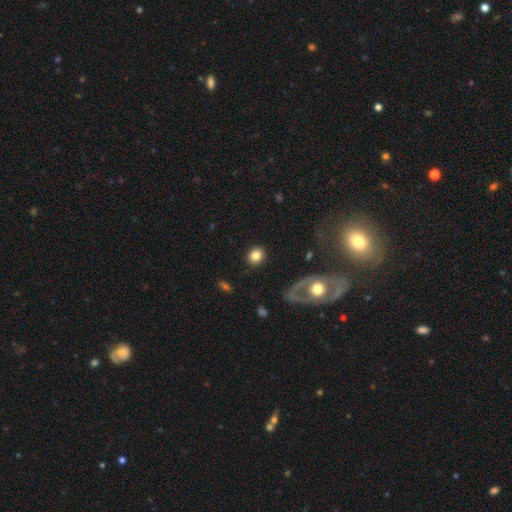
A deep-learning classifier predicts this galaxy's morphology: Overall: smooth (81%). How rounded: round (66%; in between 33%). Merging: none (88%).